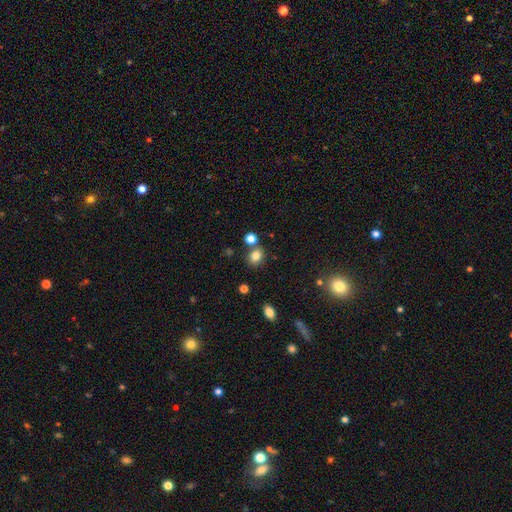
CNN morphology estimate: Smooth or featured: smooth — 81% (star or artifact — 12%)
How rounded: round — 52% (in between — 47%)
Merging: none — 70% (merger — 15%)